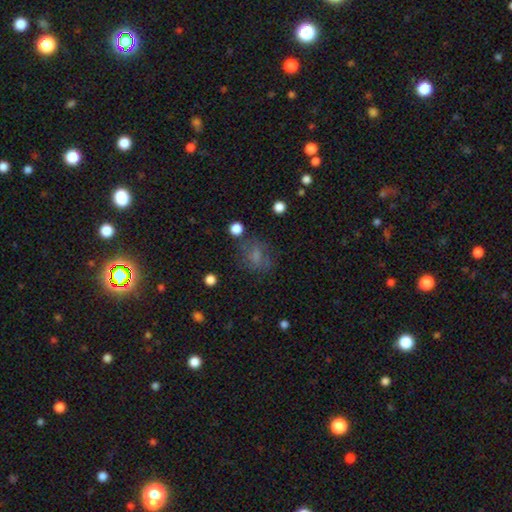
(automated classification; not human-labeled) smooth 61%, star or artifact 19%, featured or disk 19%. Down the decision tree: how rounded — in between (50%); merging — none (61%).